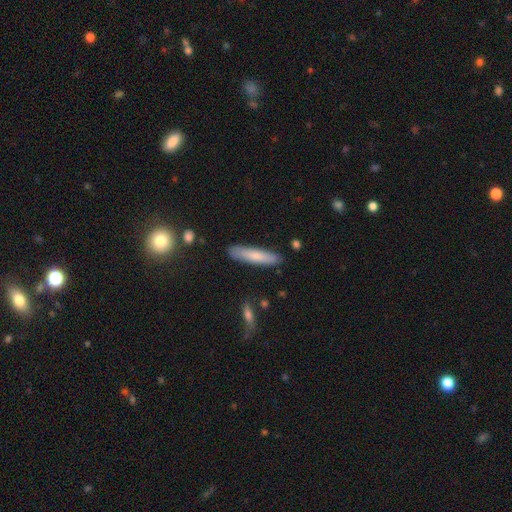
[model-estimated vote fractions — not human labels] Morphology: type=smooth (74%); roundness=cigar-shaped (86%); merging=none (85%).